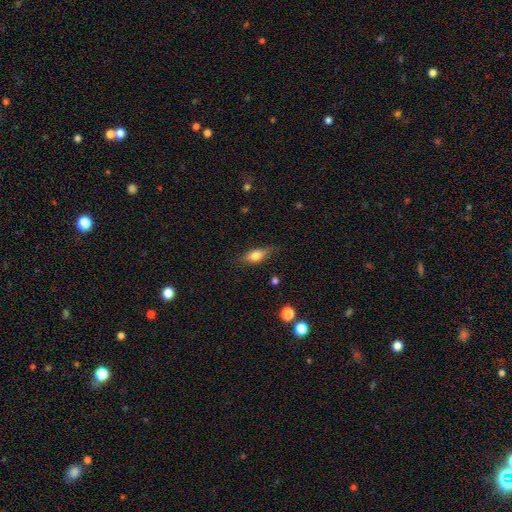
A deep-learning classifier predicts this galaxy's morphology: This is likely a smooth galaxy (70%). How rounded: likely in between (68%). Merging: likely none (79%).